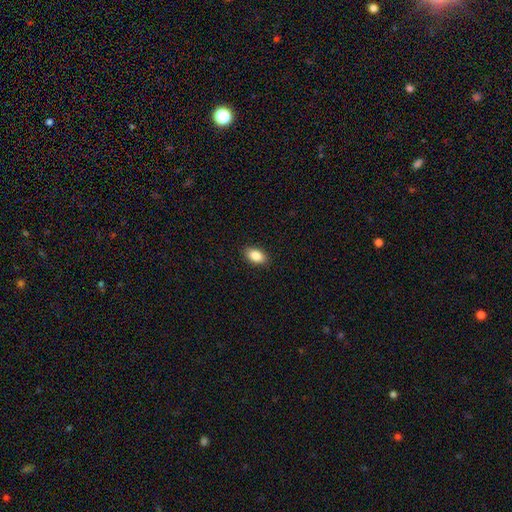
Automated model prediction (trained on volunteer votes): Overall: smooth (86%). How rounded: in between (91%). Merging: none (90%).